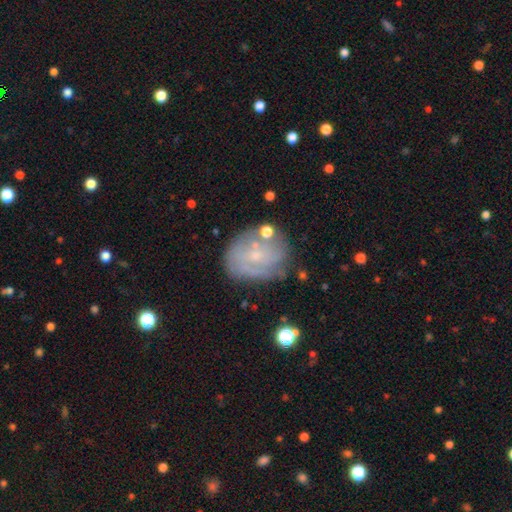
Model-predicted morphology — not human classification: Smooth or featured: featured or disk — 60% (smooth — 30%)
Edge-on disk: no — 97% (yes — 3%)
Bar: no — 72% (weak — 24%)
Spiral arms: yes — 66% (no — 34%)
Bulge size: small — 73% (moderate — 14%)
Merging: none — 60% (minor disturbance — 23%)